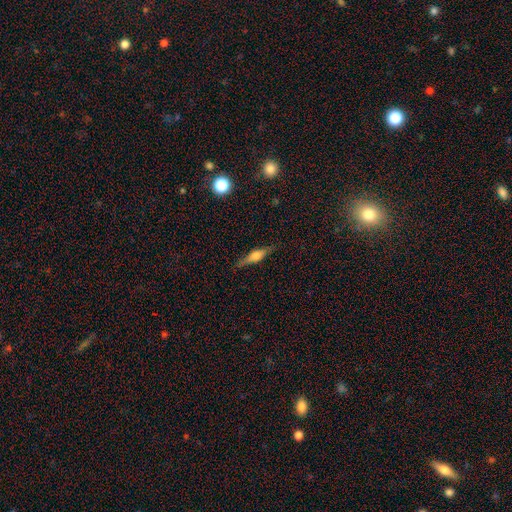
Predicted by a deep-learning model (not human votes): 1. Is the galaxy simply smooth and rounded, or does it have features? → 58% featured or disk, 34% smooth, 8% star or artifact.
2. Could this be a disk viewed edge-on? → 95% yes, 5% no.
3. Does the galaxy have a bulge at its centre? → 84% rounded, 12% boxy, 4% none.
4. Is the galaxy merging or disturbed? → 85% none, 11% minor disturbance, 3% major disturbance, 1% merger.